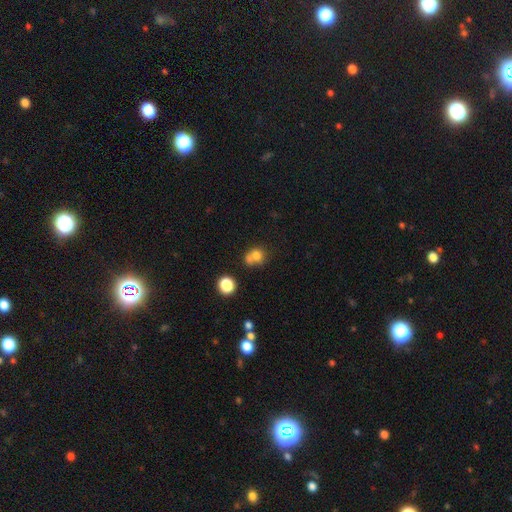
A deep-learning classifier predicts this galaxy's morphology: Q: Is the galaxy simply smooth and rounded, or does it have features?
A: smooth — 73%.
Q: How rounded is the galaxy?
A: round — 70%.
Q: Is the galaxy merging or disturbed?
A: merger — 46%.